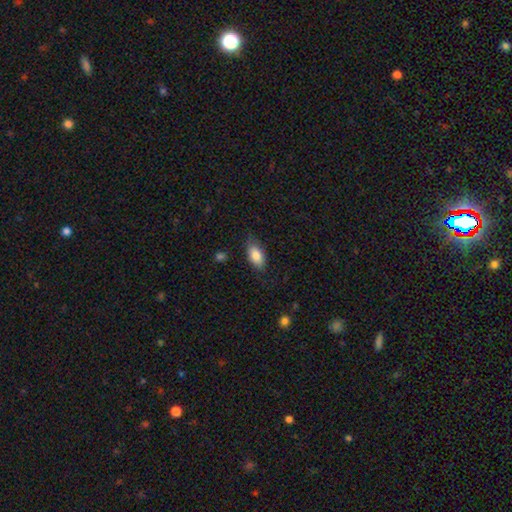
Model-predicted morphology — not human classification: smooth 84%, featured or disk 9%, star or artifact 7%. Down the decision tree: how rounded — in between (91%); merging — none (75%).